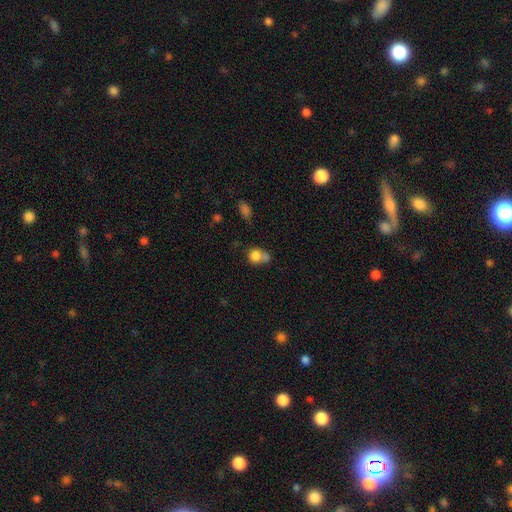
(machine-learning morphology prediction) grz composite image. It shows a smooth galaxy with no disk features (79%) that is round (72%). Merging: merger (42%).